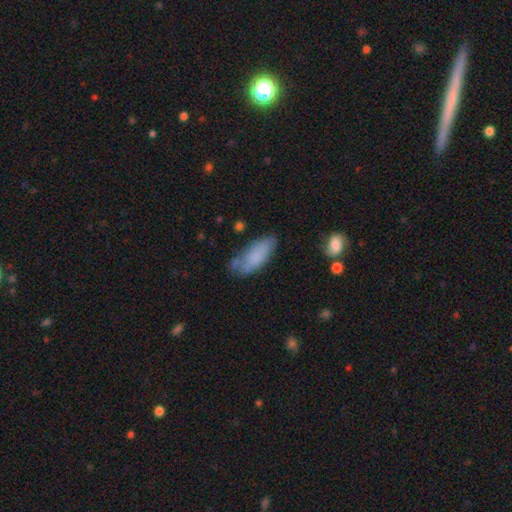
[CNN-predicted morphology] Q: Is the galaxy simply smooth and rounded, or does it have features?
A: smooth — 79%.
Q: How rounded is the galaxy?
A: in between — 80%.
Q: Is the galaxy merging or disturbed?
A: none — 59%.